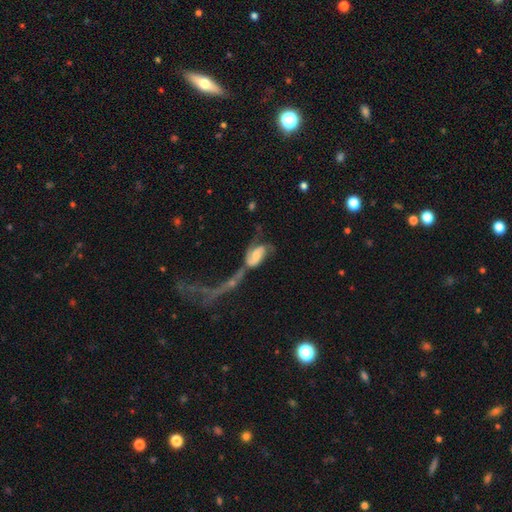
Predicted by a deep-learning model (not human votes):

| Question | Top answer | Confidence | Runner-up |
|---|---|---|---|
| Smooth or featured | featured or disk | 71% | smooth (22%) |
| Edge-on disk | no | 95% | yes (5%) |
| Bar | weak | 42% | no (39%) |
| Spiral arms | yes | 87% | no (13%) |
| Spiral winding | loose | 47% | medium (35%) |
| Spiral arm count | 2 | 76% | 1 (10%) |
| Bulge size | moderate | 38% | small (33%) |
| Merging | merger | 43% | major disturbance (30%) |